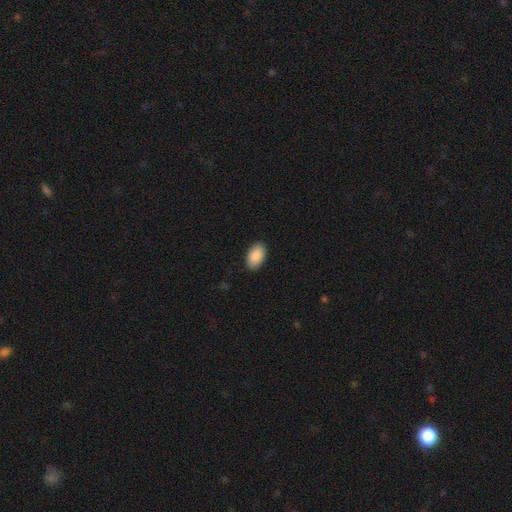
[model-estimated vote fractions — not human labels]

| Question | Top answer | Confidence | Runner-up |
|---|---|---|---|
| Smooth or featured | smooth | 91% | star or artifact (6%) |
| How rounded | in between | 94% | round (4%) |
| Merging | none | 90% | minor disturbance (8%) |